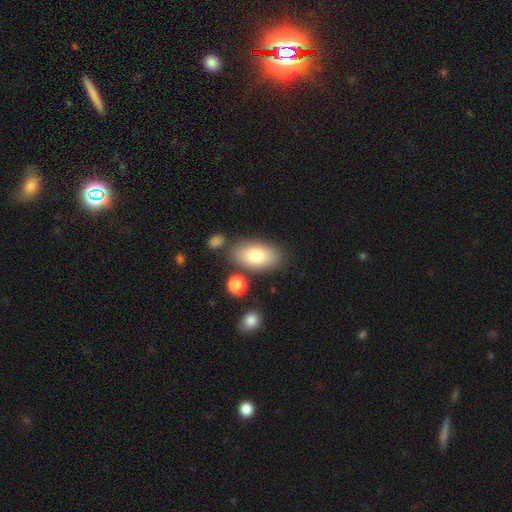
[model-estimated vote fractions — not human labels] Overall: smooth (79%). How rounded: in between (93%). Merging: none (79%).